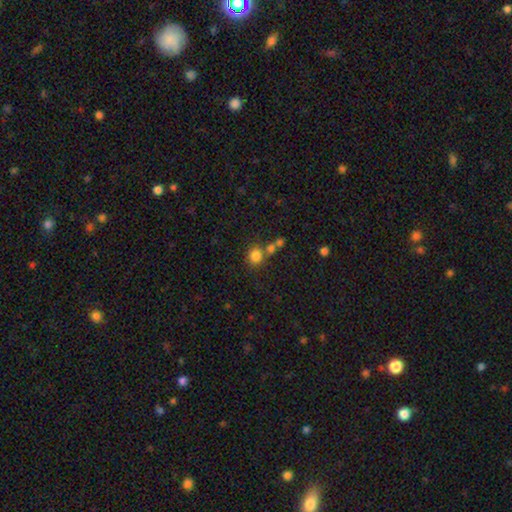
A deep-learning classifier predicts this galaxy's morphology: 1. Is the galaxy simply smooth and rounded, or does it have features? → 82% smooth, 12% star or artifact, 6% featured or disk.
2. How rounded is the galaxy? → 74% round, 25% in between, 1% cigar-shaped.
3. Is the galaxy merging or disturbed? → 63% none, 23% merger, 10% minor disturbance, 4% major disturbance.